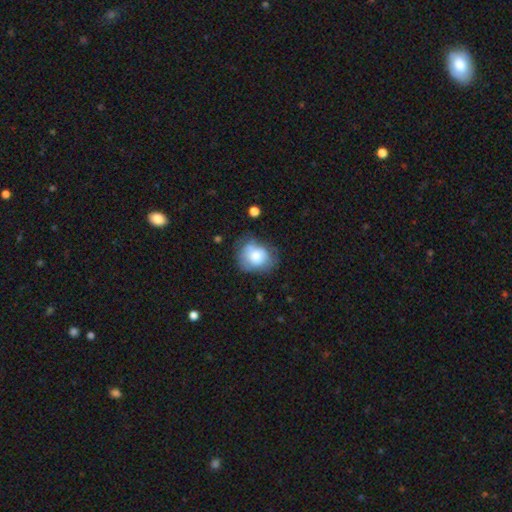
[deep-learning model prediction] A smooth galaxy with no disk features (71%) that is round (60%). Merging: none (54%).